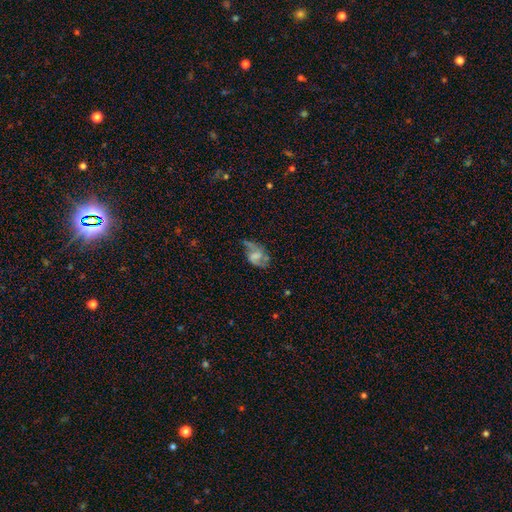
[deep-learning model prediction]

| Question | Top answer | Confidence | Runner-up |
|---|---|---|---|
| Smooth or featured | featured or disk | 60% | smooth (31%) |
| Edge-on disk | no | 97% | yes (3%) |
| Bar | weak | 48% | no (37%) |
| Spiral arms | yes | 81% | no (19%) |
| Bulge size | none | 35% | small (27%) |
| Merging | none | 44% | minor disturbance (30%) |